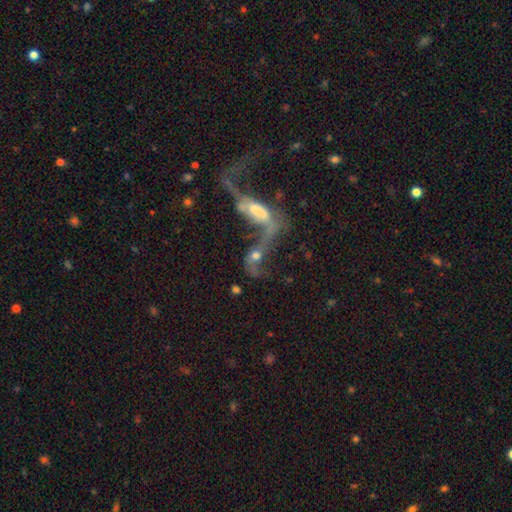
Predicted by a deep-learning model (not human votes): Smooth or featured: featured or disk — 54% (smooth — 32%)
Edge-on disk: no — 87% (yes — 13%)
Merging: merger — 71% (major disturbance — 13%)